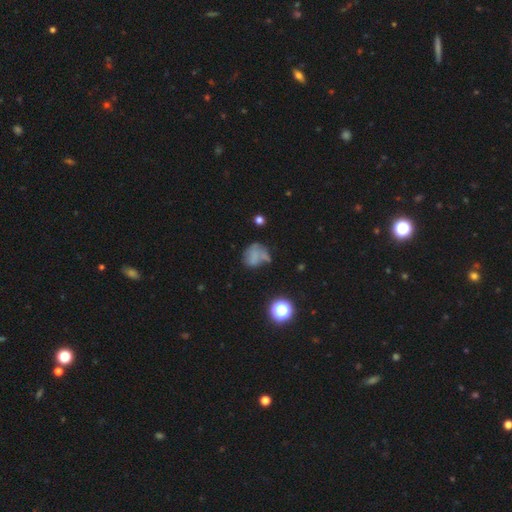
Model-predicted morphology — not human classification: smooth_or_featured: smooth (p=0.58) [alt: featured or disk p=0.26]
how_rounded: round (p=0.63) [alt: in between p=0.35]
merging: none (p=0.38) [alt: minor disturbance p=0.27]